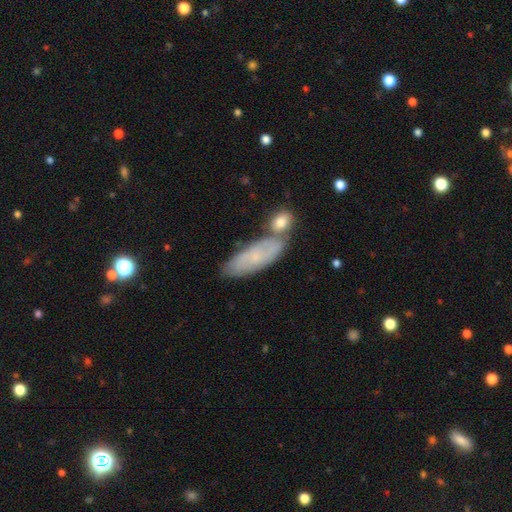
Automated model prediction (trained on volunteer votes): Smooth or featured? smooth (56%)
How rounded? in between (61%)
Merging? none (53%)